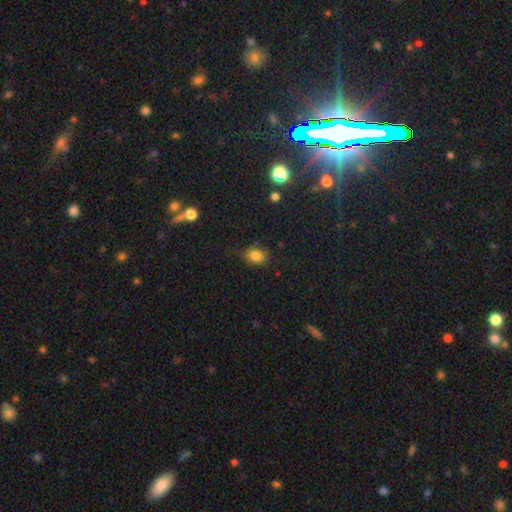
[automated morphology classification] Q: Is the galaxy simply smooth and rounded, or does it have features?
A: smooth — 81%.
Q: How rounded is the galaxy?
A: in between — 54%.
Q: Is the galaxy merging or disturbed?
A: none — 72%.